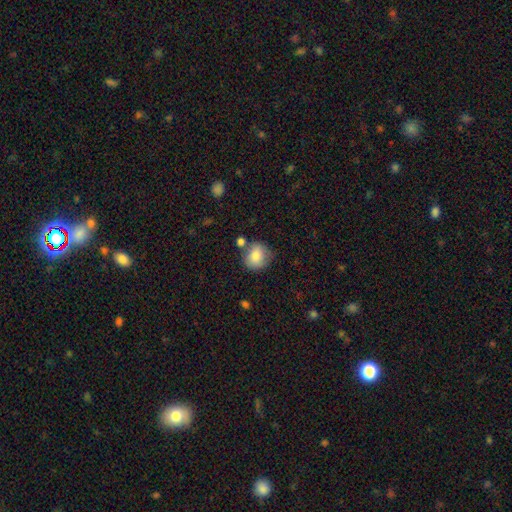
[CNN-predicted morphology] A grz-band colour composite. It shows a smooth galaxy with no disk features (80%) that is round (82%). Merging: none (66%).